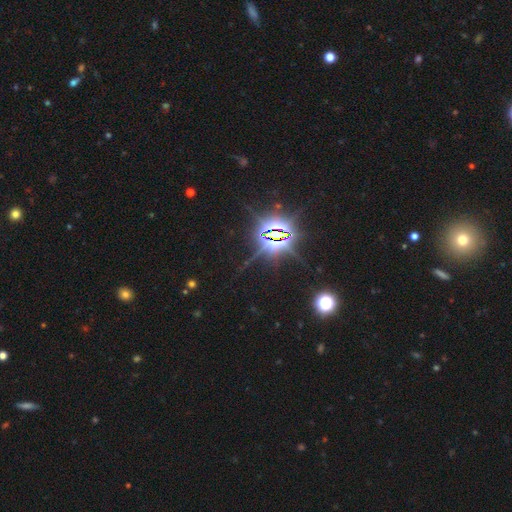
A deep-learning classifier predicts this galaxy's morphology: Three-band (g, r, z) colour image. It shows a star or artifact, not a galaxy (85%).